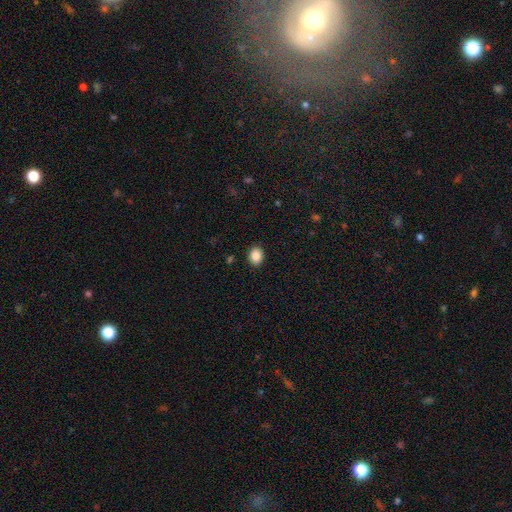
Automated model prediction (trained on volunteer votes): Smooth or featured? smooth (88%)
How rounded? in between (59%)
Merging? none (90%)